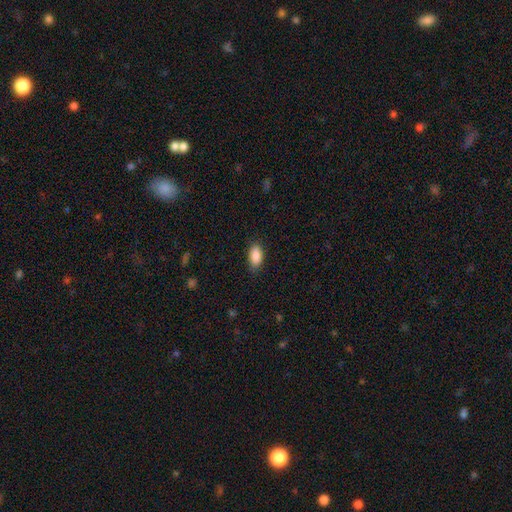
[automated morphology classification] This appears to be a smooth galaxy with no disk features (89%) that is in between round and cigar-shaped (92%). Merging: none (85%).